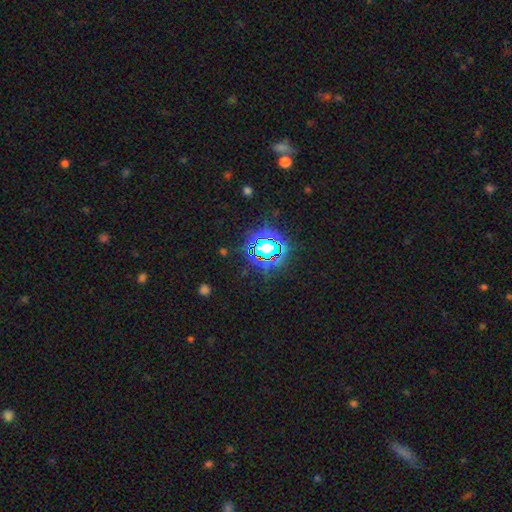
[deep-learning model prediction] Smooth or featured? Predicted: star or artifact (p=0.81).